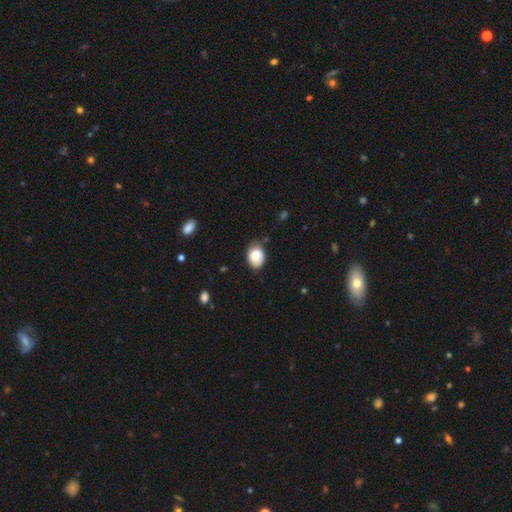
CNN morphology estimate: A smooth galaxy with no disk features (80%) that is in between round and cigar-shaped (75%). Merging: none (62%).